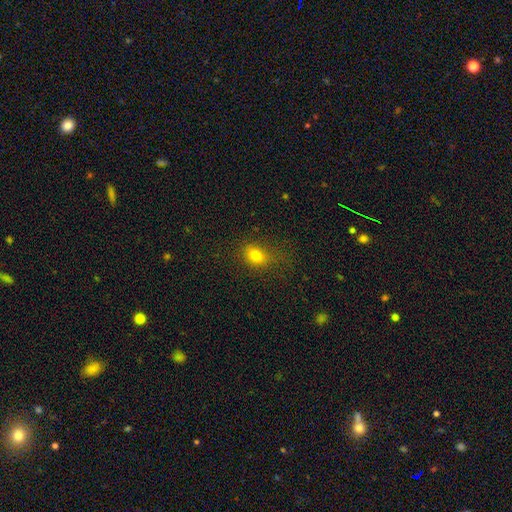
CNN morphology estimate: A smooth galaxy with no disk features (77%) that is in between round and cigar-shaped (53%). Merging: none (74%).